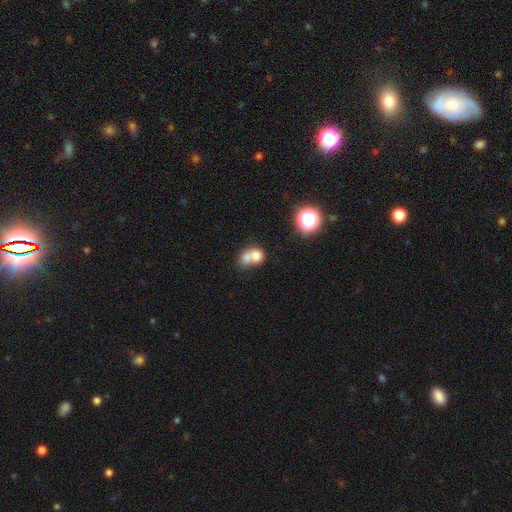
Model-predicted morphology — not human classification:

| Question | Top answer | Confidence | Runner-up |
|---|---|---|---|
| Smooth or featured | smooth | 71% | featured or disk (17%) |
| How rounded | round | 60% | in between (38%) |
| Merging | merger | 66% | none (21%) |